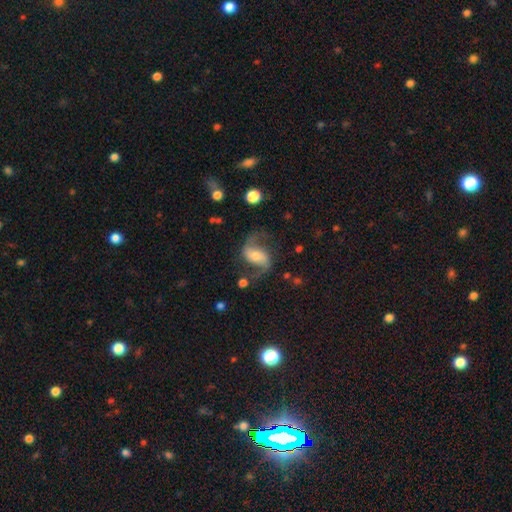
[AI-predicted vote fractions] featured or disk 84%, smooth 10%, star or artifact 6%. Down the decision tree: edge-on disk — no (97%); bar — weak (40%); spiral arms — yes (96%); spiral arm count — 2 (93%); spiral winding — loose (56%); bulge size — moderate (50%); merging — none (71%).